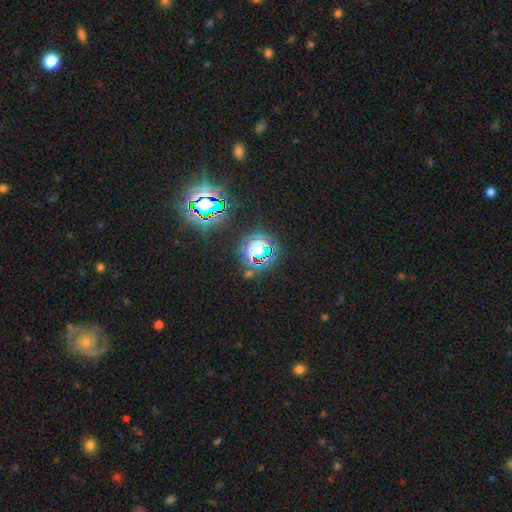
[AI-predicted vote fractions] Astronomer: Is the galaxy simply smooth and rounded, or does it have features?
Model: star or artifact — 78%.